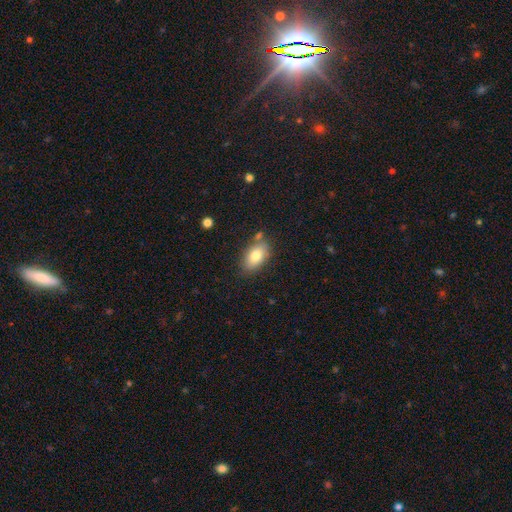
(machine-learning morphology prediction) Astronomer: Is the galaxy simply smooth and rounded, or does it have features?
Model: smooth — 79%.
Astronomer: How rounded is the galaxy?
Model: in between — 90%.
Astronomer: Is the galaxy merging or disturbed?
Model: none — 75%.